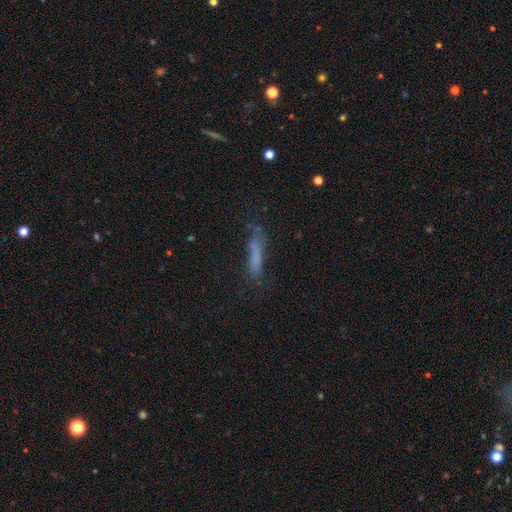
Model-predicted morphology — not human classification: smooth_or_featured: smooth (p=0.62) [alt: featured or disk p=0.24]
how_rounded: cigar-shaped (p=0.82) [alt: in between p=0.16]
merging: none (p=0.55) [alt: minor disturbance p=0.26]